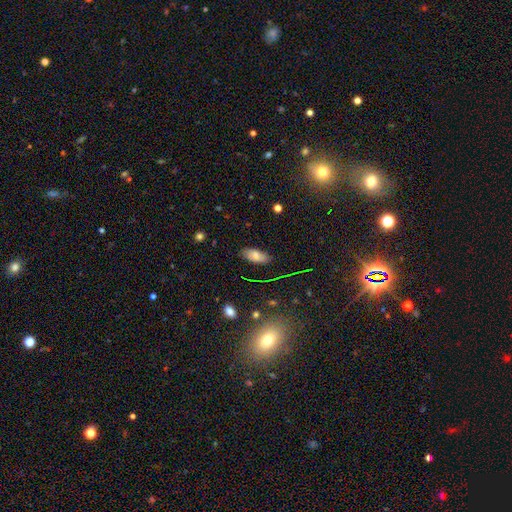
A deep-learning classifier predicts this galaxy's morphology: This appears to be a smooth galaxy with no disk features (69%) that is in between round and cigar-shaped (89%). Merging: none (81%).